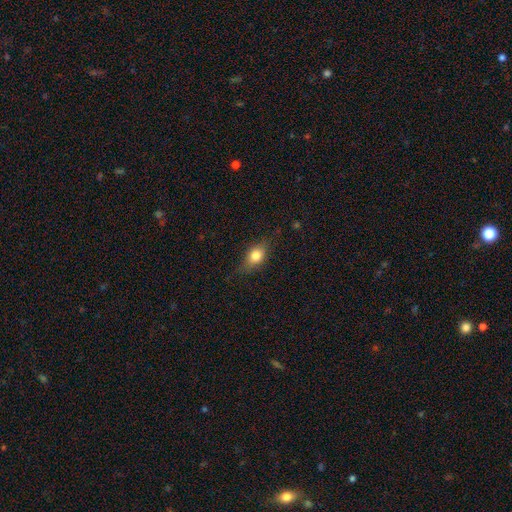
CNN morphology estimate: The model was most divided on "how rounded": in between: 73%, round: 21%, cigar-shaped: 6%. More confident: smooth or featured — smooth (77%); merging — none (74%).